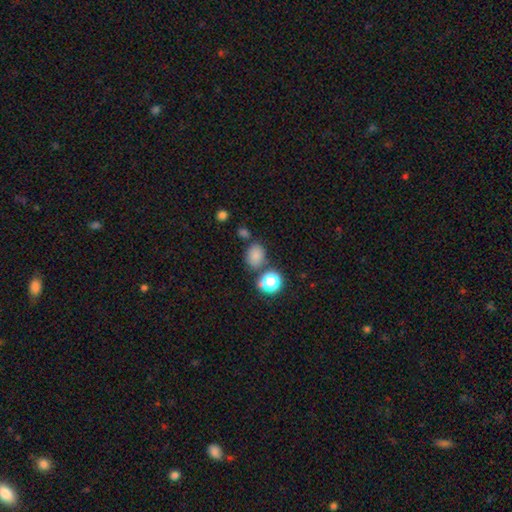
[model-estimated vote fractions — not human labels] smooth-or-featured: smooth: 77% | star or artifact: 17% | featured or disk: 6%
  how-rounded: in between: 56% | round: 43% | cigar-shaped: 1%
  merging: none: 70% | minor disturbance: 14% | merger: 12% | major disturbance: 4%